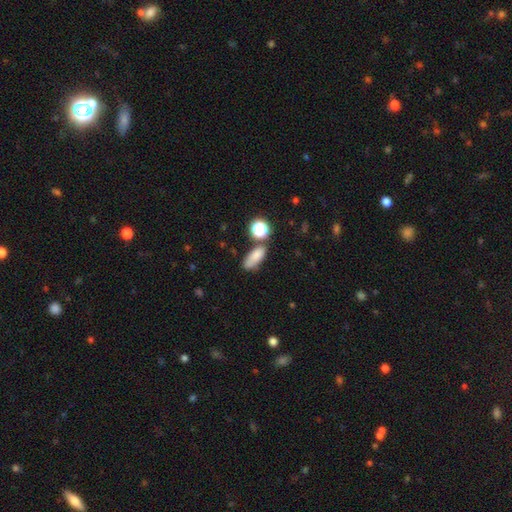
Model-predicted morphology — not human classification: Smooth or featured? Predicted: smooth (p=0.76). How rounded? Predicted: in between (p=0.72). Merging? Predicted: none (p=0.58).